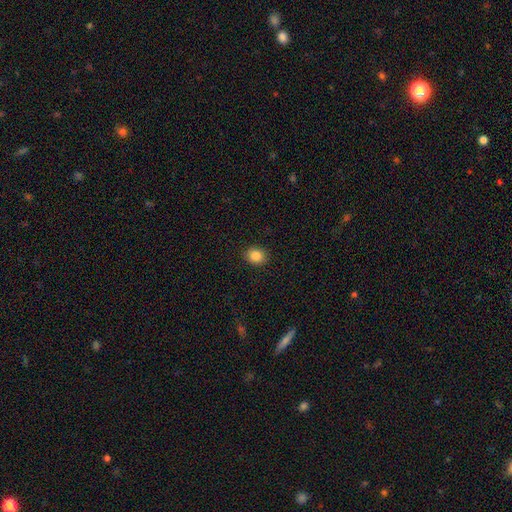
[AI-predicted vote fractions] Smooth or featured: smooth — 86% (star or artifact — 10%)
How rounded: round — 67% (in between — 33%)
Merging: none — 90% (minor disturbance — 7%)